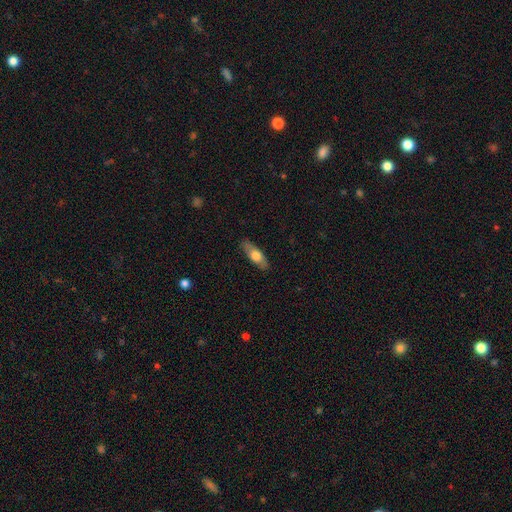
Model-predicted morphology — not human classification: smooth 61%, featured or disk 33%, star or artifact 6%. Down the decision tree: how rounded — in between (59%); merging — none (85%).